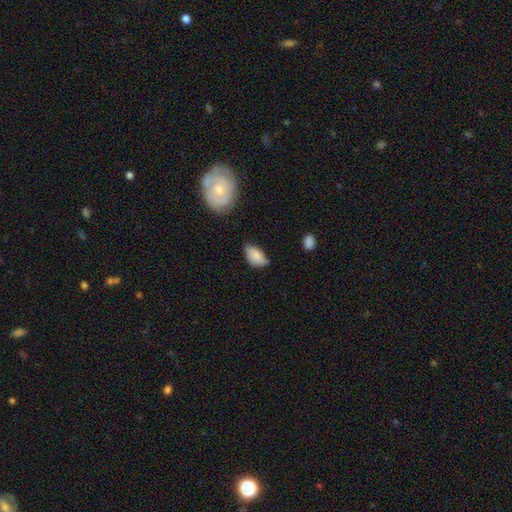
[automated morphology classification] This appears to be a smooth galaxy with no disk features (82%) that is in between round and cigar-shaped (93%). Merging: none (51%).